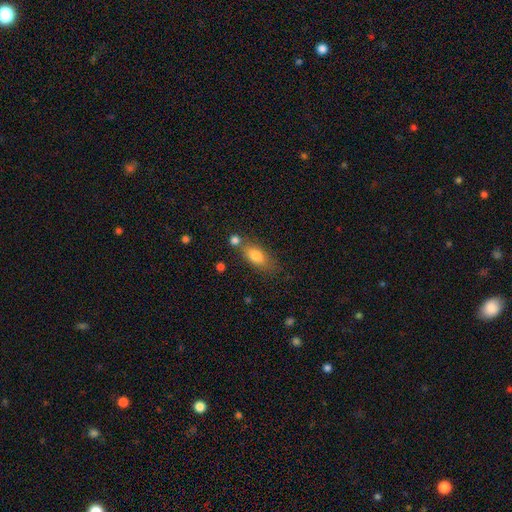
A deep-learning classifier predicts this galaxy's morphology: Smooth or featured? Predicted: smooth (p=0.81). How rounded? Predicted: in between (p=0.83). Merging? Predicted: none (p=0.61).